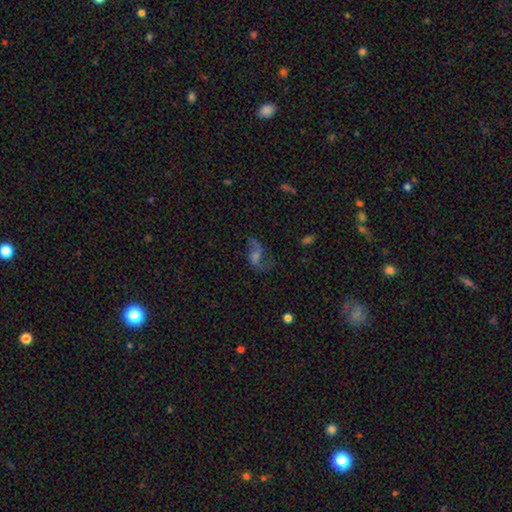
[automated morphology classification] This appears to be a featured or disk galaxy (67%) with no bar (48%), 2 (84%) loose (71%) spiral arms (88%) and a small central bulge (38%). Merging: none (59%).